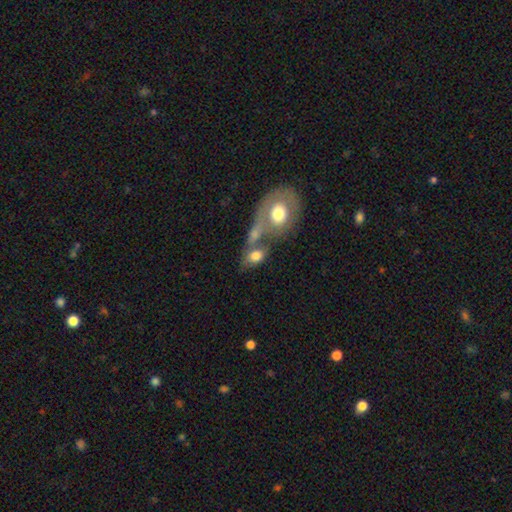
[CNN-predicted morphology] The model was most divided on "merging": merger: 53%, none: 28%, minor disturbance: 11%, major disturbance: 9%. More confident: smooth or featured — smooth (70%); how rounded — in between (68%).